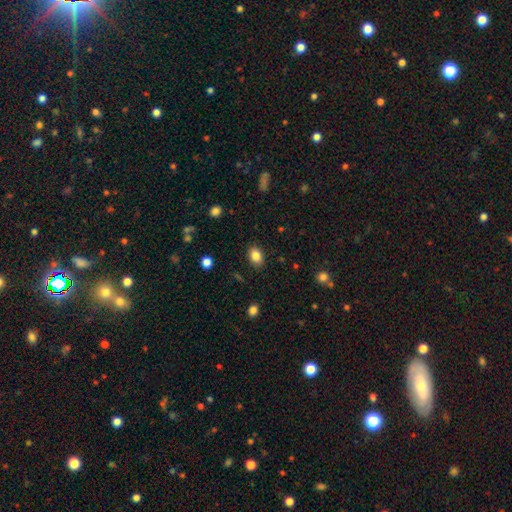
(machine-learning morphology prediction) type=smooth (85%); roundness=in between (78%); merging=none (87%).